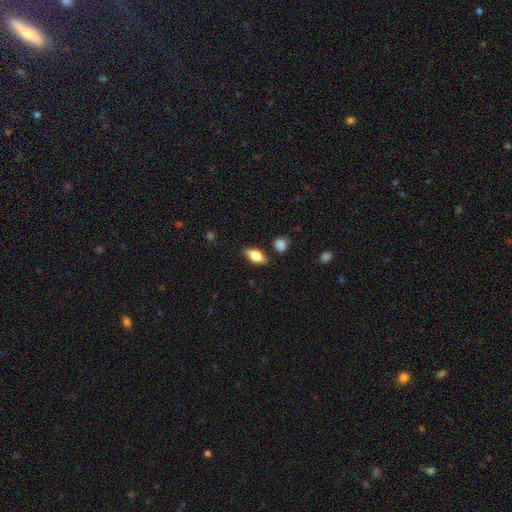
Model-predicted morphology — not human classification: smooth_or_featured: smooth (p=0.73) [alt: featured or disk p=0.20]
how_rounded: in between (p=0.84) [alt: cigar-shaped p=0.11]
merging: none (p=0.80) [alt: minor disturbance p=0.13]